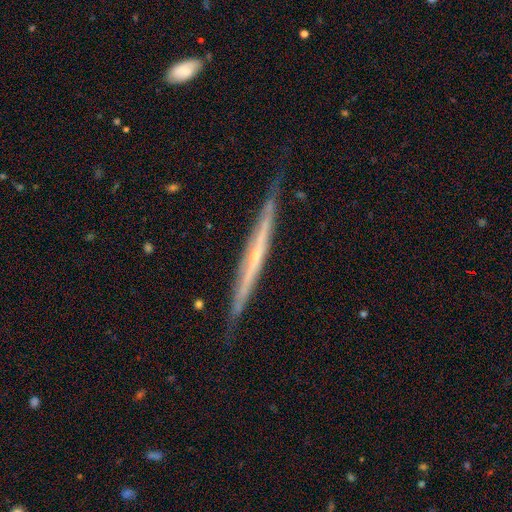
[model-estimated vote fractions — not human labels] Smooth or featured: featured or disk — 77% (smooth — 17%)
Edge-on disk: yes — 96% (no — 4%)
Edge-on bulge: none — 56% (rounded — 39%)
Merging: none — 82% (minor disturbance — 14%)